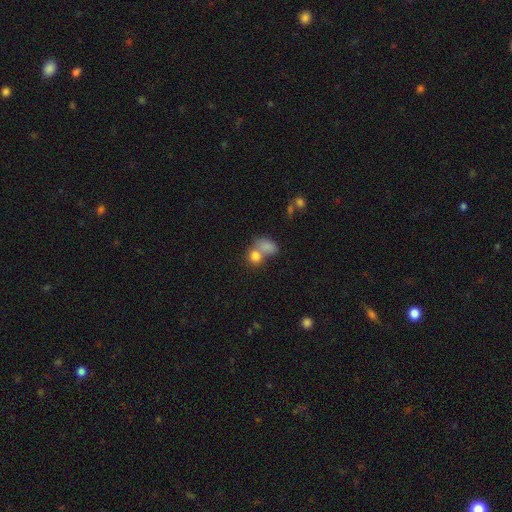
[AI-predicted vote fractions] Overall: smooth (81%). How rounded: round (61%; in between 37%). Merging: merger (53%; none 35%).